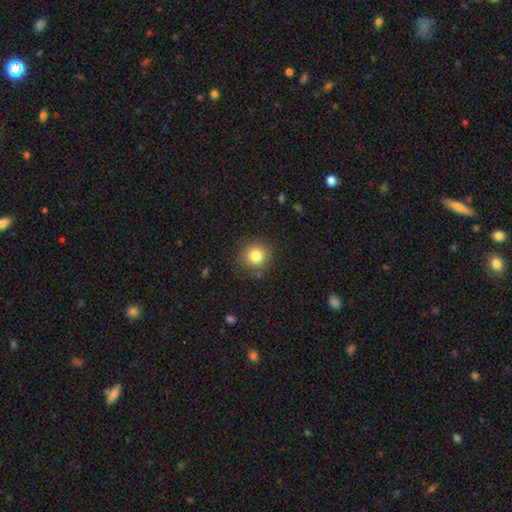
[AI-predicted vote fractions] Overall: smooth (82%). How rounded: round (92%). Merging: none (87%).